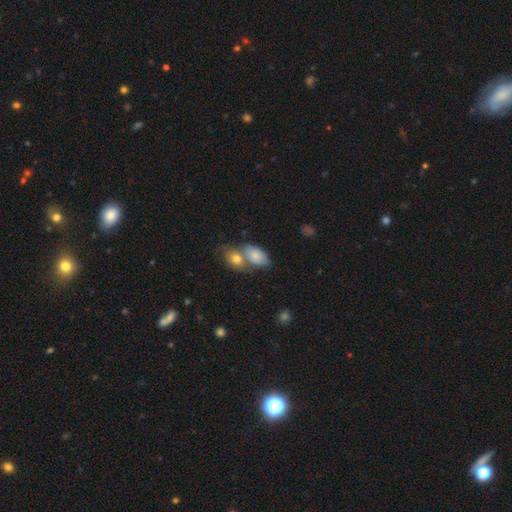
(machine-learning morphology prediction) Overall: smooth (79%). How rounded: in between (91%). Merging: merger (52%; none 32%).